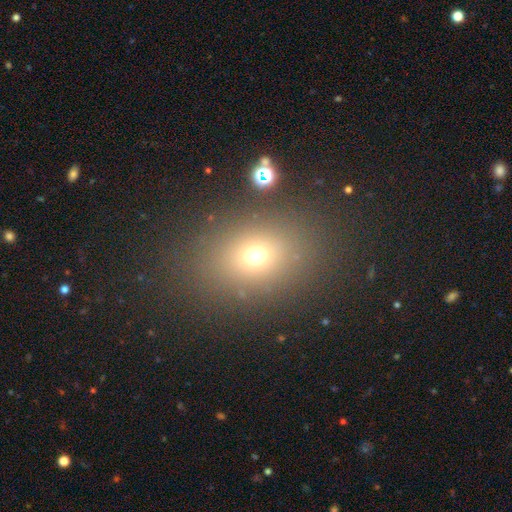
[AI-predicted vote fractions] smooth-or-featured: smooth: 69% | star or artifact: 20% | featured or disk: 11%
  how-rounded: in between: 58% | round: 41% | cigar-shaped: 1%
  merging: none: 82% | minor disturbance: 9% | major disturbance: 6% | merger: 3%